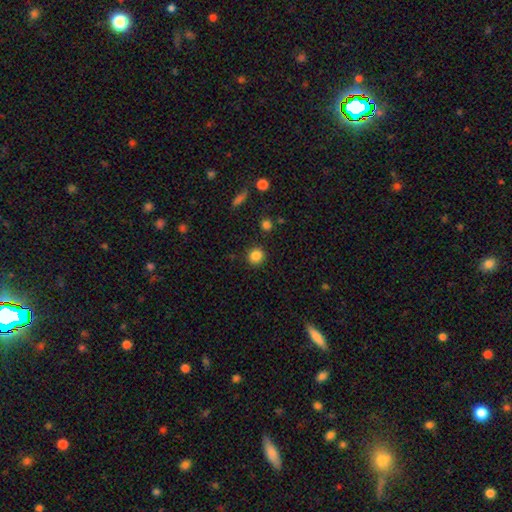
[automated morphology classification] Smooth or featured? smooth (85%)
How rounded? round (88%)
Merging? none (90%)